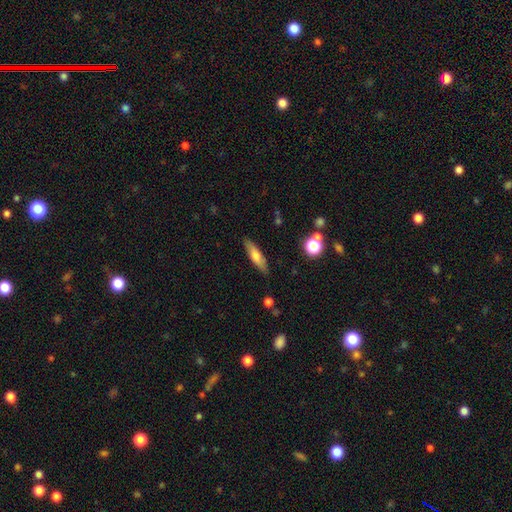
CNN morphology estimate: smooth-or-featured: smooth: 64% | featured or disk: 29% | star or artifact: 7%
  how-rounded: cigar-shaped: 67% | in between: 31% | round: 2%
  merging: none: 86% | minor disturbance: 10% | major disturbance: 2% | merger: 2%